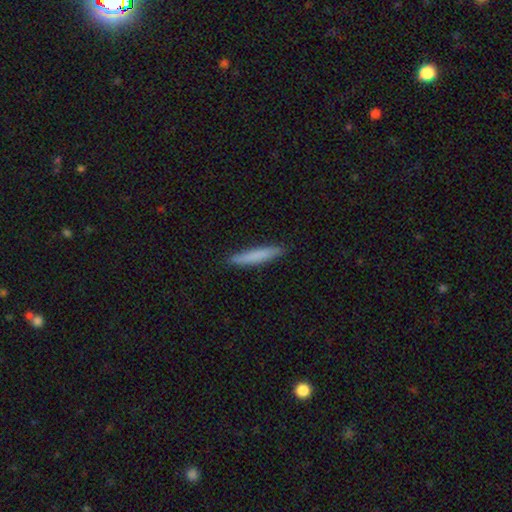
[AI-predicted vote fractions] smooth 78%, featured or disk 17%, star or artifact 6%. Down the decision tree: how rounded — cigar-shaped (94%); merging — none (89%).